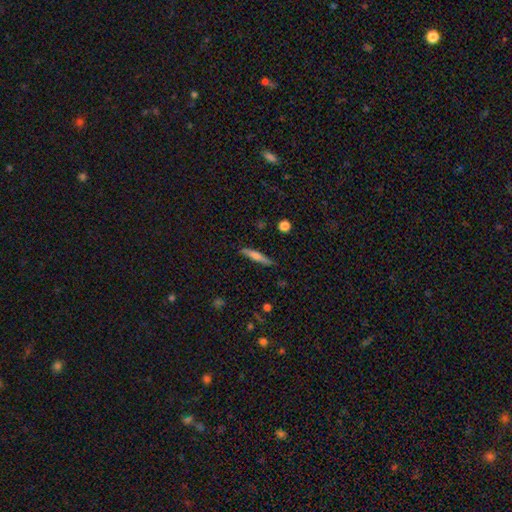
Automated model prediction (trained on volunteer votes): Overall: smooth (59%; featured or disk 34%). How rounded: cigar-shaped (91%). Merging: none (86%).